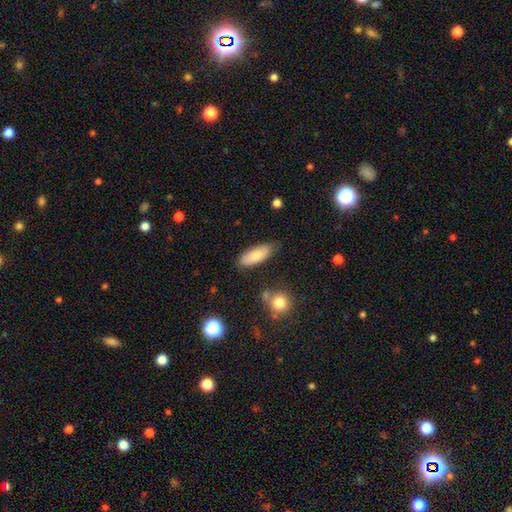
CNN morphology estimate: This appears to be a smooth galaxy with no disk features (79%) that is in between round and cigar-shaped (79%). Merging: none (78%).